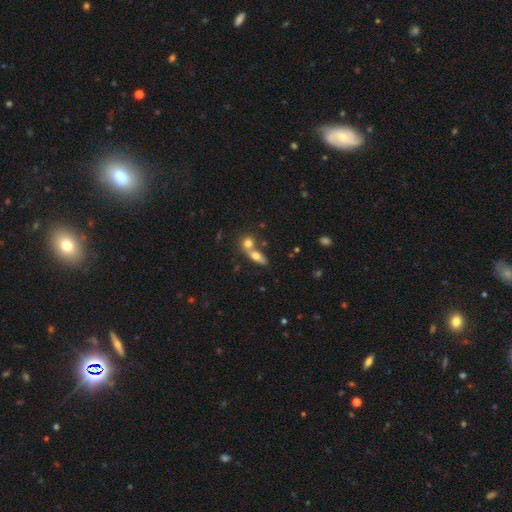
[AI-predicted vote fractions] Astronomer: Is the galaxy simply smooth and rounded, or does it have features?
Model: smooth — 66%.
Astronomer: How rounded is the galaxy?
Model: in between — 63%.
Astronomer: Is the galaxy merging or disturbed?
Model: merger — 51% (runner-up: none, 37%).